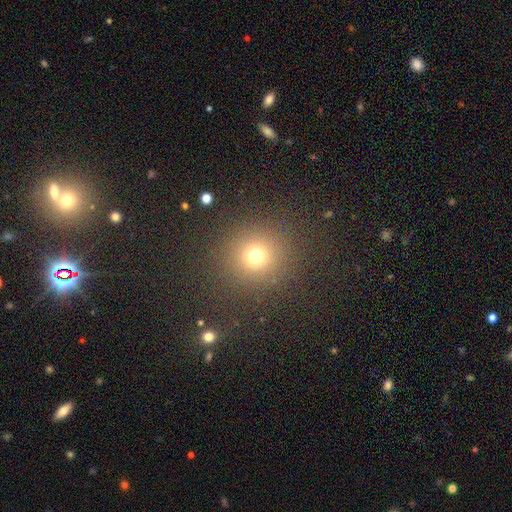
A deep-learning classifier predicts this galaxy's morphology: Q: Smooth or featured?
A: smooth (72%); runner-up: star or artifact (20%)
Q: How rounded?
A: round (92%); runner-up: in between (7%)
Q: Merging?
A: none (88%); runner-up: minor disturbance (6%)